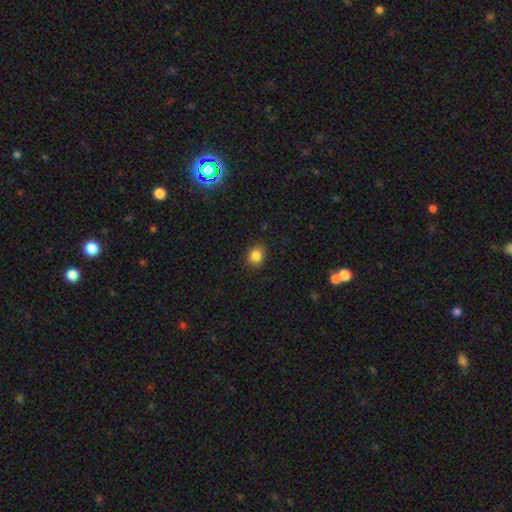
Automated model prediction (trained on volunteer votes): Smooth or featured?
  - smooth: 85% *
  - star or artifact: 10%
  - featured or disk: 5%
How rounded?
  - round: 70% *
  - in between: 30%
  - cigar-shaped: 1%
Merging?
  - none: 88% *
  - minor disturbance: 8%
  - major disturbance: 2%
  - merger: 1%